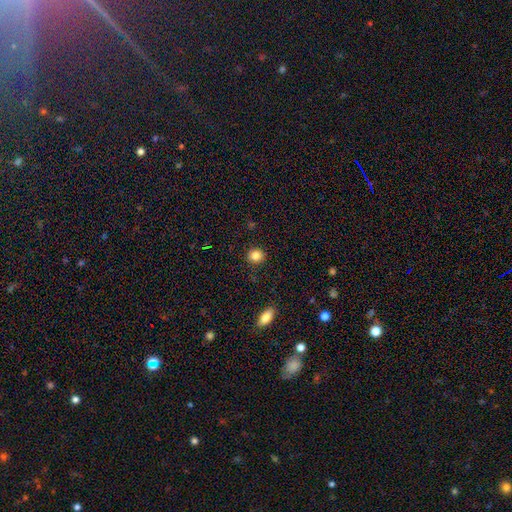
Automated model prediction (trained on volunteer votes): Smooth or featured?
  - smooth: 84% *
  - star or artifact: 10%
  - featured or disk: 5%
How rounded?
  - round: 86% *
  - in between: 13%
  - cigar-shaped: 1%
Merging?
  - none: 91% *
  - minor disturbance: 6%
  - major disturbance: 2%
  - merger: 1%